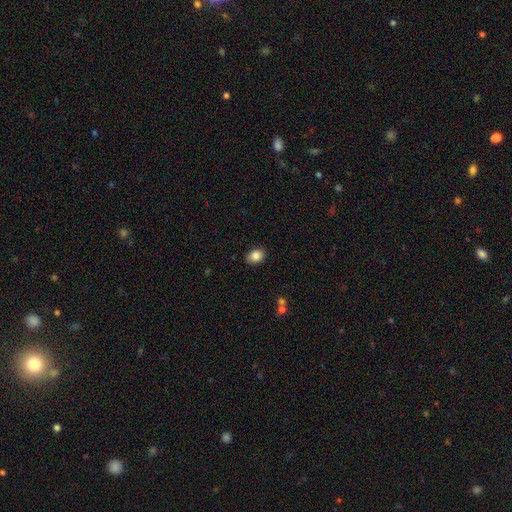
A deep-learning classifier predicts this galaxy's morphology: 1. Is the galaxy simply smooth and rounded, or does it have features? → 86% smooth, 8% star or artifact, 6% featured or disk.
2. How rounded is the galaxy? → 76% in between, 23% round, 1% cigar-shaped.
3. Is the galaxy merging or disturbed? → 86% none, 10% minor disturbance, 2% major disturbance, 1% merger.